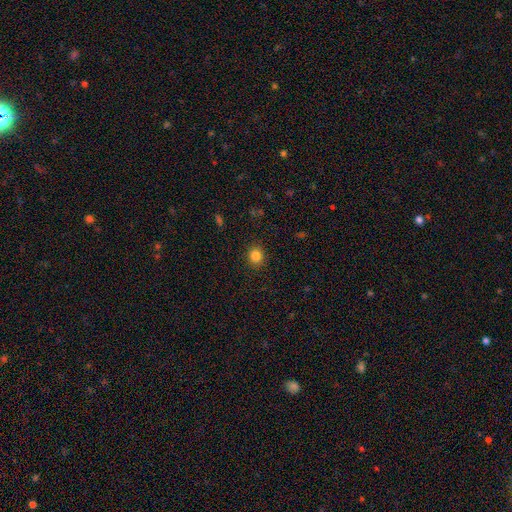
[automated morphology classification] A smooth galaxy with no disk features (84%) that is round (78%). Merging: none (90%).